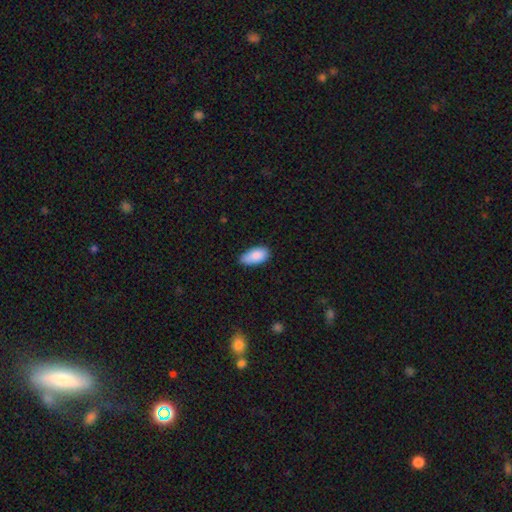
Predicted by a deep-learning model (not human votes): The model was most divided on "merging": none: 66%, minor disturbance: 29%, major disturbance: 3%, merger: 1%. More confident: how rounded — in between (93%); smooth or featured — smooth (87%).